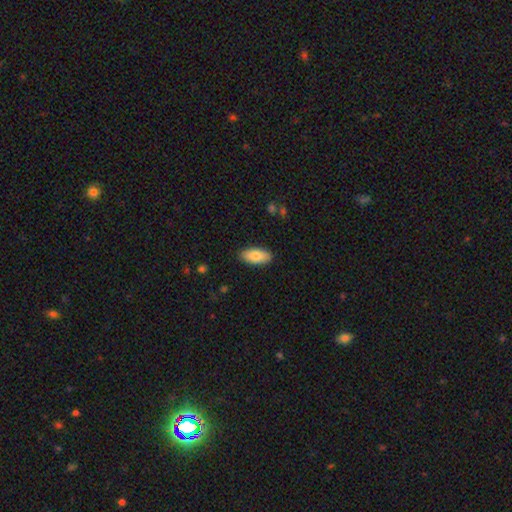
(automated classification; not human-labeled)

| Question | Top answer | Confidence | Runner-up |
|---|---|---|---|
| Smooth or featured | smooth | 80% | featured or disk (14%) |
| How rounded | in between | 90% | cigar-shaped (8%) |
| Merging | none | 88% | minor disturbance (9%) |